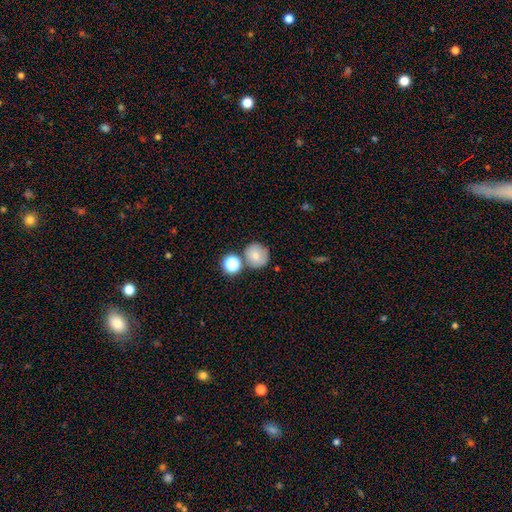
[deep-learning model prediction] The model was most divided on "merging": none: 69%, merger: 16%, minor disturbance: 11%, major disturbance: 3%. More confident: how rounded — round (91%); smooth or featured — smooth (73%).